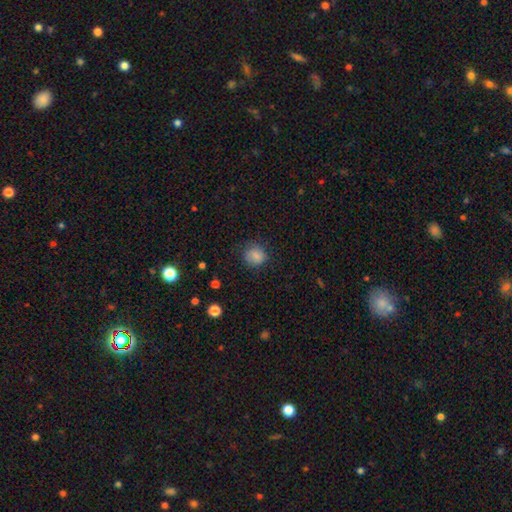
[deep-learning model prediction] Q: Smooth or featured?
A: smooth (83%); runner-up: star or artifact (10%)
Q: How rounded?
A: round (79%); runner-up: in between (20%)
Q: Merging?
A: none (78%); runner-up: minor disturbance (16%)